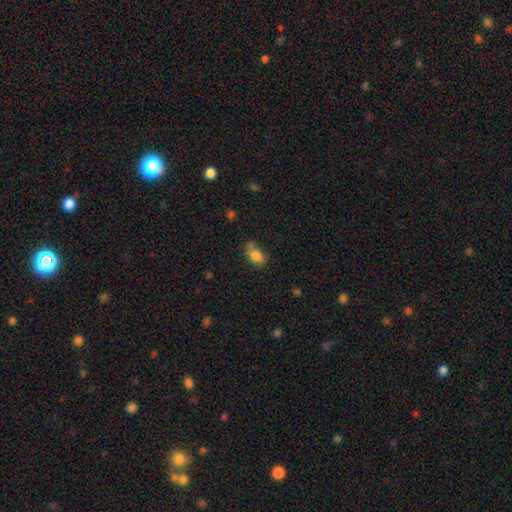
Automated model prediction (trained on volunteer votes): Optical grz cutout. It shows a smooth galaxy with no disk features (82%) that is in between round and cigar-shaped (83%). Merging: none (44%).